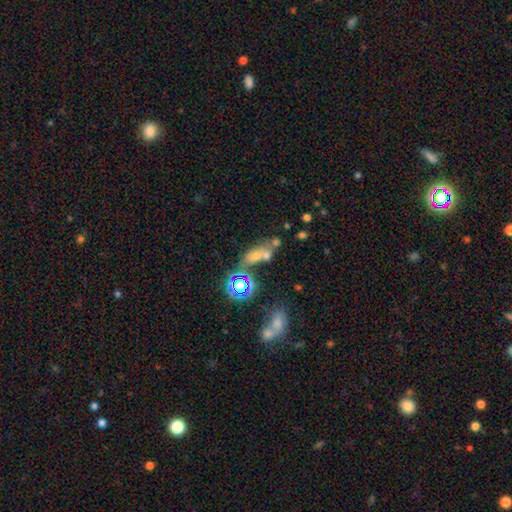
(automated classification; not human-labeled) Smooth or featured? Predicted: smooth (p=0.46). Merging? Predicted: merger (p=0.44).